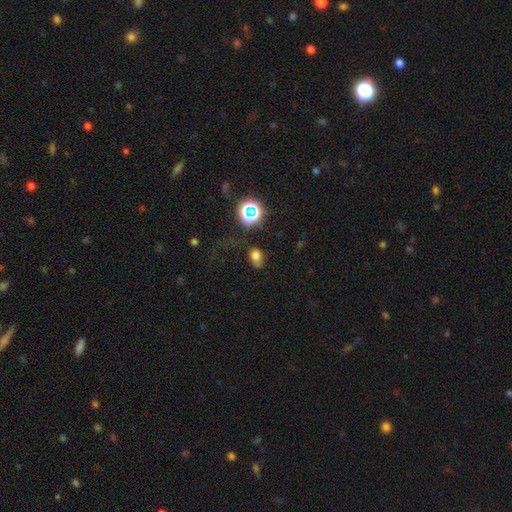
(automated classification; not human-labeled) Smooth or featured: smooth — 73% (star or artifact — 18%)
How rounded: in between — 82% (round — 17%)
Merging: none — 61% (minor disturbance — 21%)